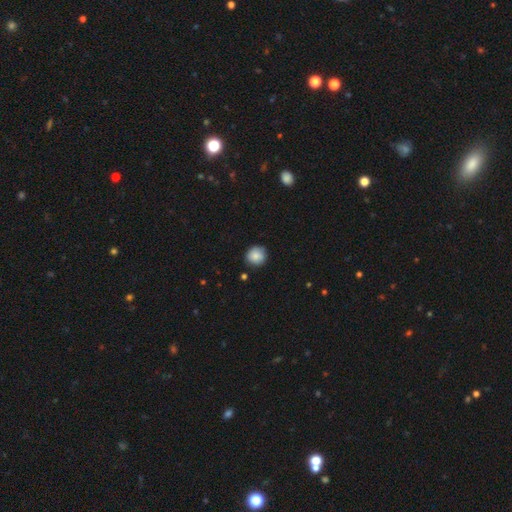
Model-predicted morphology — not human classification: Overall: smooth (84%). How rounded: round (91%). Merging: none (83%).